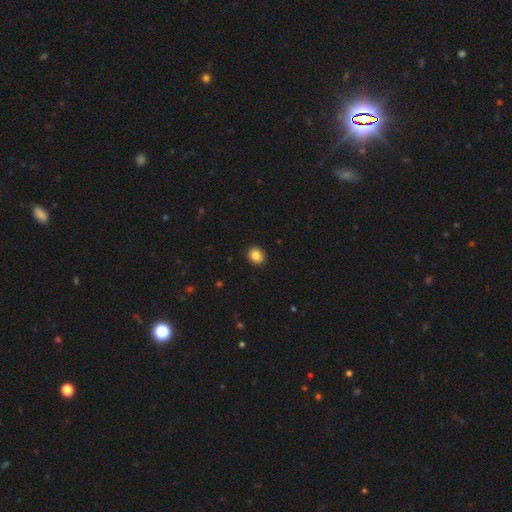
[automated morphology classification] Overall: smooth (85%). How rounded: round (58%; in between 41%). Merging: none (91%).